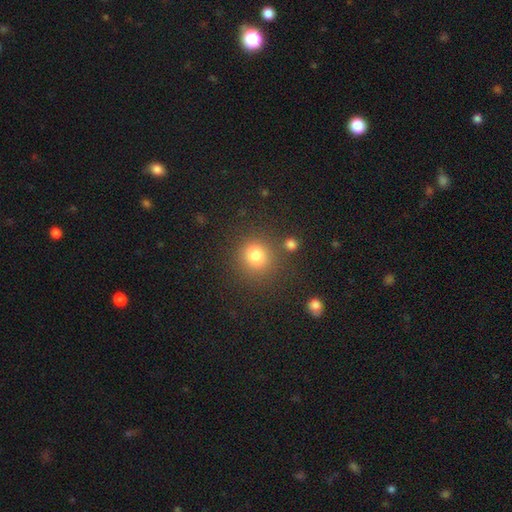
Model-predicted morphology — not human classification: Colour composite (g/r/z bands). It shows a smooth galaxy with no disk features (81%) that is round (83%). Merging: none (78%).